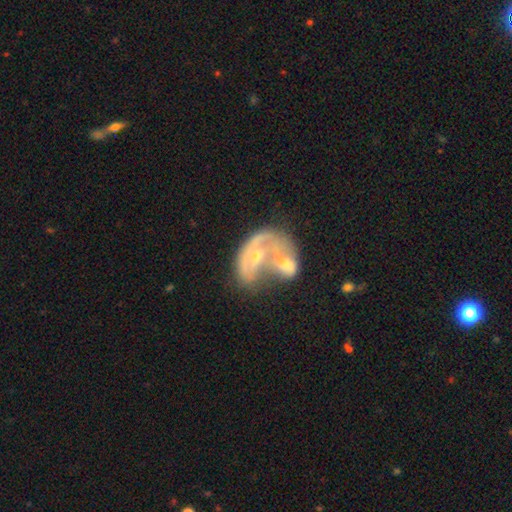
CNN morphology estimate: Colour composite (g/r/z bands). It shows a featured or disk galaxy (63%) with no bar (74%), no spiral arms (56%) and a moderate central bulge (55%). Merging: merger (75%).